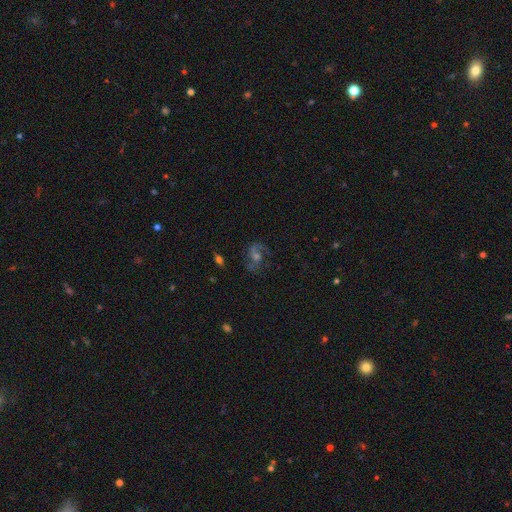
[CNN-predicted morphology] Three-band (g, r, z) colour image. It shows a featured or disk galaxy (70%) with no bar (53%), 2 (82%) medium (51%) spiral arms (91%) and a moderate central bulge (54%). Merging: none (72%).